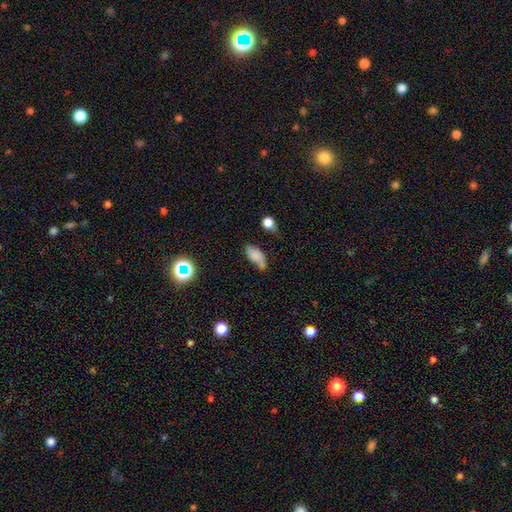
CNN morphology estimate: A smooth galaxy with no disk features (75%) that is in between round and cigar-shaped (89%).

Vote fractions:
- Smooth or featured? smooth: 75% / featured or disk: 14% / star or artifact: 11%
- How rounded? in between: 89% / cigar-shaped: 7% / round: 4%
- Merging? none: 46% / minor disturbance: 35% / major disturbance: 11% / merger: 7%